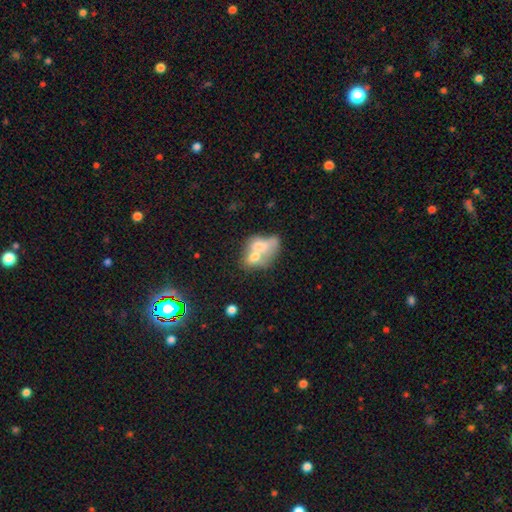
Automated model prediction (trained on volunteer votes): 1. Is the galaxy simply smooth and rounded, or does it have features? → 55% smooth, 33% featured or disk, 12% star or artifact.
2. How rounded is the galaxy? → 68% in between, 29% round, 3% cigar-shaped.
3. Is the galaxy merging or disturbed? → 67% merger, 17% none, 8% minor disturbance, 8% major disturbance.